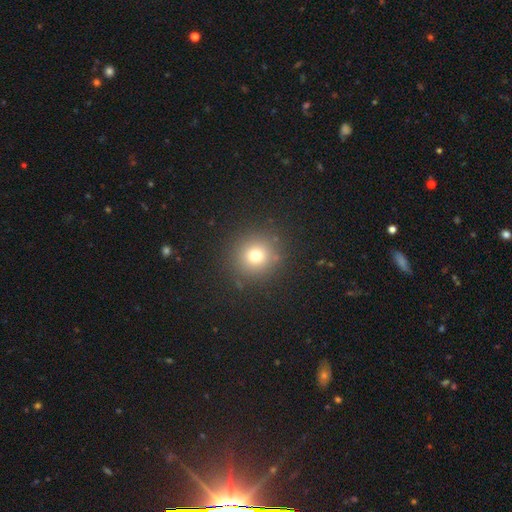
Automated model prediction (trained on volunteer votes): Morphology: type=smooth (72%); roundness=round (93%); merging=none (88%).